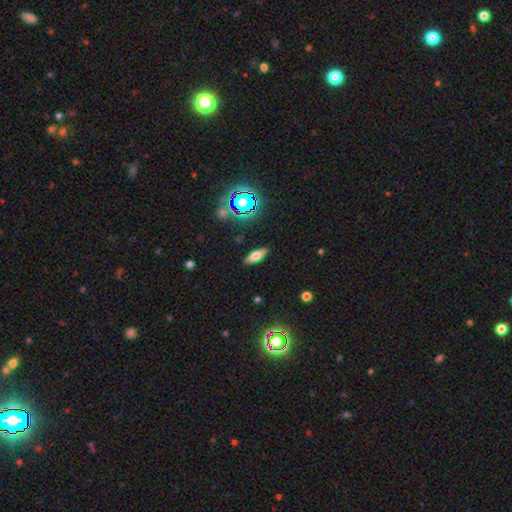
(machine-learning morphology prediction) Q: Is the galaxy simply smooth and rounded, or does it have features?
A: smooth — 56%.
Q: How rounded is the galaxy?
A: in between — 54%.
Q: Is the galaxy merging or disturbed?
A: none — 88%.